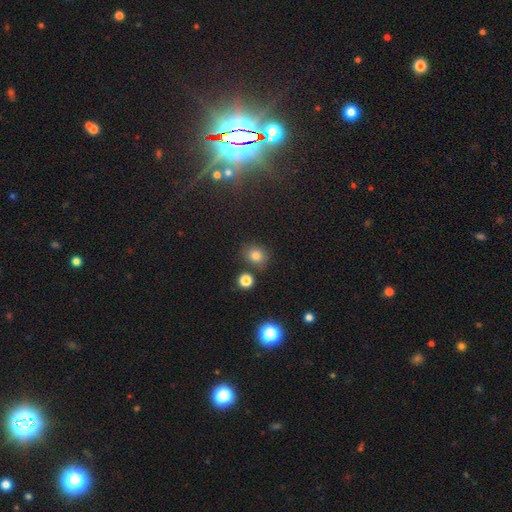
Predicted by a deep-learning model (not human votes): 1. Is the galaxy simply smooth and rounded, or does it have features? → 79% smooth, 15% star or artifact, 7% featured or disk.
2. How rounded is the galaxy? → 70% round, 29% in between, 1% cigar-shaped.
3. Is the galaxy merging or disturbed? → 76% none, 12% minor disturbance, 8% merger, 4% major disturbance.